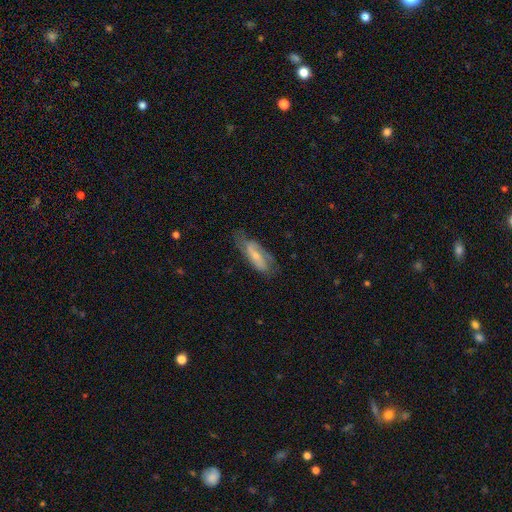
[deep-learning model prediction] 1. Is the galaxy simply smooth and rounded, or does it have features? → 59% featured or disk, 35% smooth, 6% star or artifact.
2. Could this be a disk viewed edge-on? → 85% no, 15% yes.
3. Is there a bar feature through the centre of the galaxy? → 38% no, 35% weak, 27% strong.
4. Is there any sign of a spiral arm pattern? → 80% yes, 20% no.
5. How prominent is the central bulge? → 60% small, 33% moderate, 4% none, 2% large, 1% dominant.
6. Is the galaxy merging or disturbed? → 60% none, 27% minor disturbance, 12% major disturbance, 2% merger.